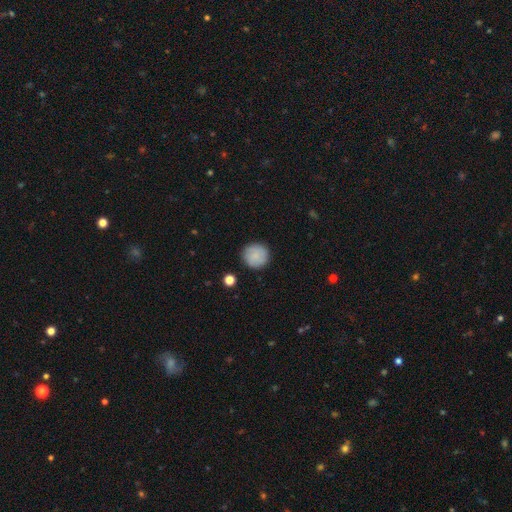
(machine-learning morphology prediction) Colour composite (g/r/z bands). It shows a smooth galaxy with no disk features (83%) that is round (95%). Merging: none (89%).